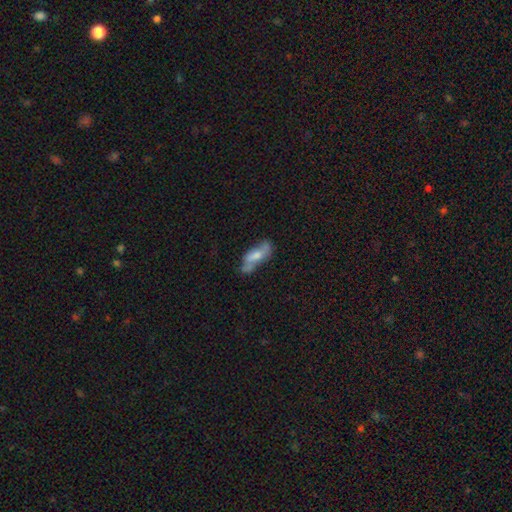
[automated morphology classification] The model was most divided on "smooth or featured": smooth: 54%, featured or disk: 38%, star or artifact: 8%. Remaining: how rounded — in between (67%); merging — none (47%).